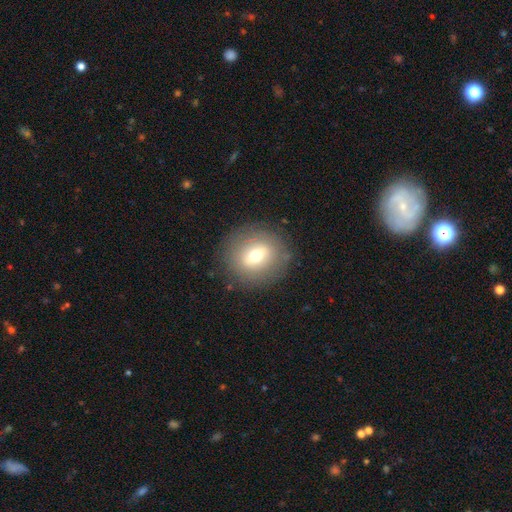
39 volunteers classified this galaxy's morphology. This is likely a smooth galaxy (77%). How rounded: likely round (77%). Merging: clearly none (85%).